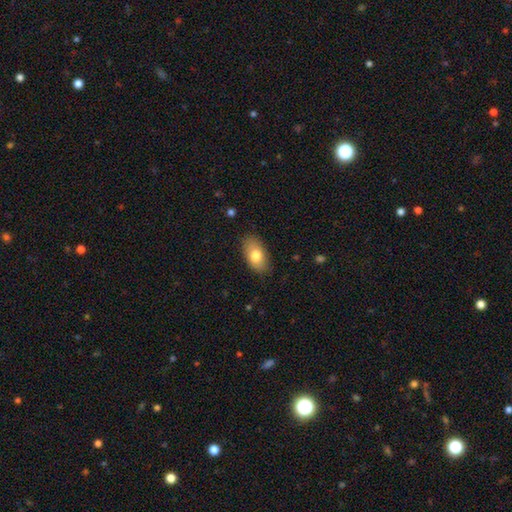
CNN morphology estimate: smooth_or_featured: smooth (p=0.77) [alt: featured or disk p=0.16]
how_rounded: in between (p=0.92) [alt: round p=0.06]
merging: none (p=0.83) [alt: minor disturbance p=0.13]